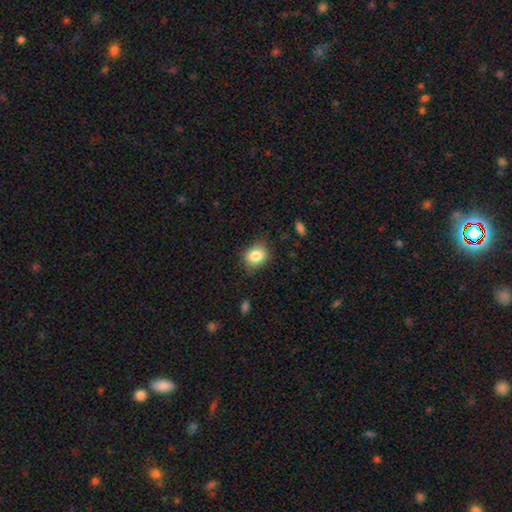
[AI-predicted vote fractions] smooth_or_featured: smooth (p=0.83) [alt: star or artifact p=0.09]
how_rounded: in between (p=0.53) [alt: round p=0.46]
merging: none (p=0.78) [alt: minor disturbance p=0.17]